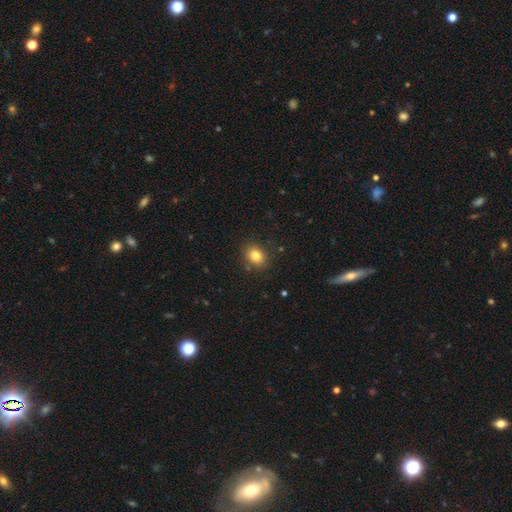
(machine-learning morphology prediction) smooth 82%, star or artifact 11%, featured or disk 7%. Down the decision tree: how rounded — round (51%); merging — none (85%).